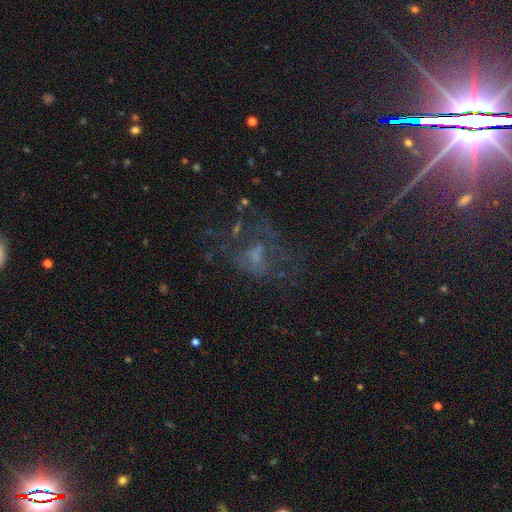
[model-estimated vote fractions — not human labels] Q: Smooth or featured?
A: featured or disk (47%); runner-up: smooth (27%)
Q: Merging?
A: major disturbance (39%); runner-up: none (37%)